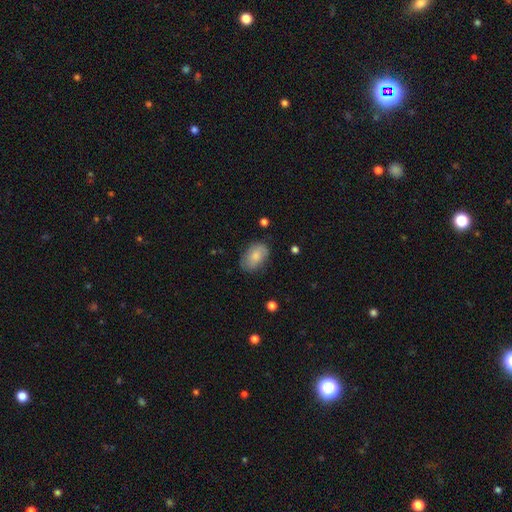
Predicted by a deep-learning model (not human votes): Smooth or featured? smooth (78%)
How rounded? in between (87%)
Merging? none (75%)